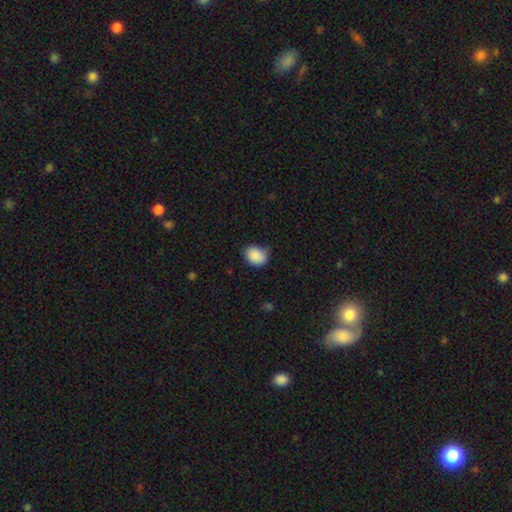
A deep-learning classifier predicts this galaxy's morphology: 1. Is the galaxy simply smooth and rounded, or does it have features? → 88% smooth, 8% star or artifact, 4% featured or disk.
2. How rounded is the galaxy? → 55% in between, 44% round, 1% cigar-shaped.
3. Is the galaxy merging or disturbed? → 62% none, 30% minor disturbance, 6% major disturbance, 2% merger.